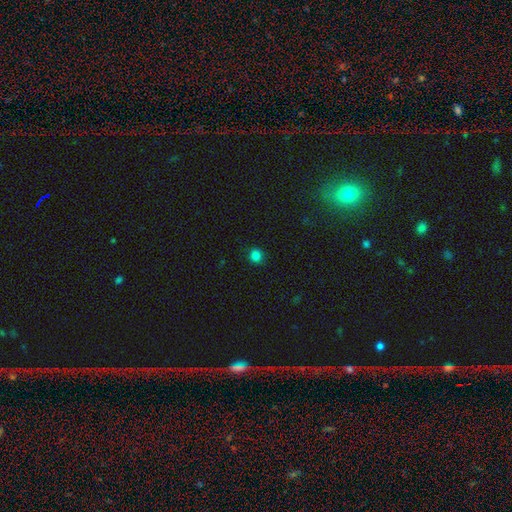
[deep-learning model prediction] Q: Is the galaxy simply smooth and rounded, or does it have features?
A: smooth — 83%.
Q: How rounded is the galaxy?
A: round — 93%.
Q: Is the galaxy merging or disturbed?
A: none — 92%.